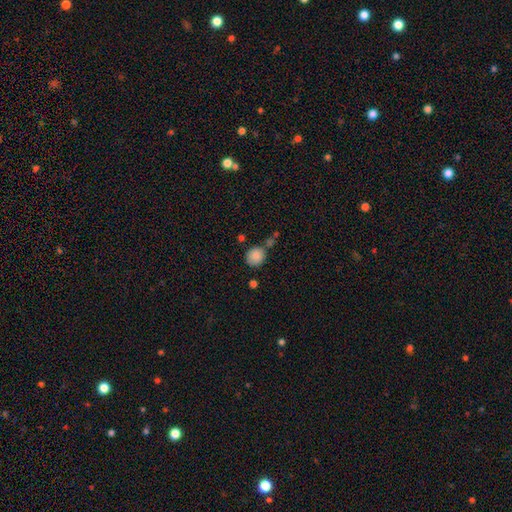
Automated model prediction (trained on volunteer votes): Smooth or featured? Predicted: smooth (p=0.87). How rounded? Predicted: round (p=0.77). Merging? Predicted: none (p=0.66).